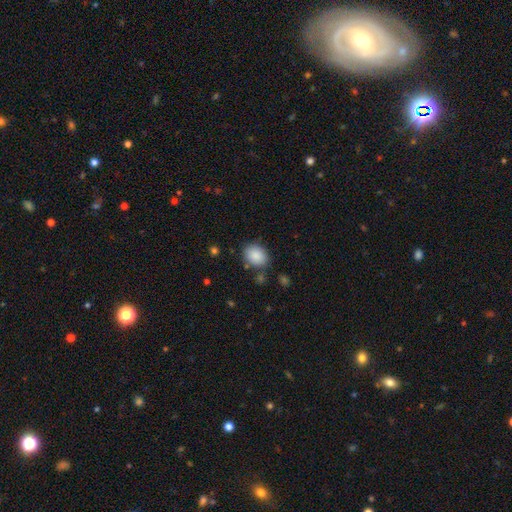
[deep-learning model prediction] smooth_or_featured: smooth (p=0.87) [alt: star or artifact p=0.07]
how_rounded: in between (p=0.60) [alt: round p=0.39]
merging: none (p=0.79) [alt: minor disturbance p=0.13]